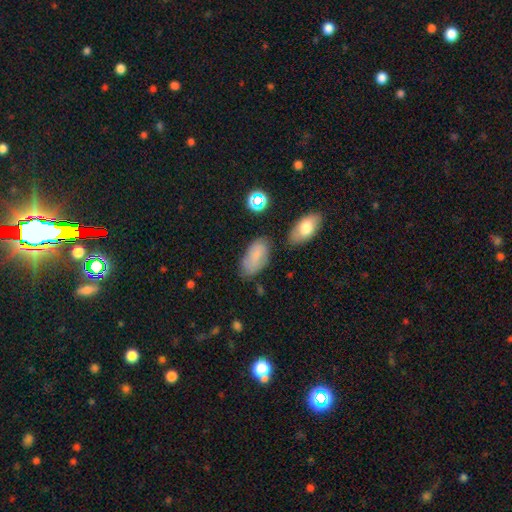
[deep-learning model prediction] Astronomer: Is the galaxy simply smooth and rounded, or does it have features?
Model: smooth — 75%.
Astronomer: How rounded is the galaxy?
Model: in between — 94%.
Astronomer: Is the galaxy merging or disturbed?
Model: none — 67%.